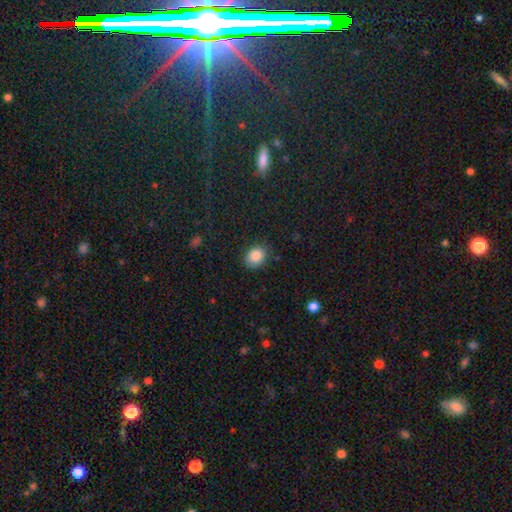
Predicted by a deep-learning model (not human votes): smooth-or-featured: smooth: 85% | star or artifact: 9% | featured or disk: 6%
  how-rounded: round: 52% | in between: 47% | cigar-shaped: 1%
  merging: none: 84% | minor disturbance: 12% | major disturbance: 3% | merger: 1%